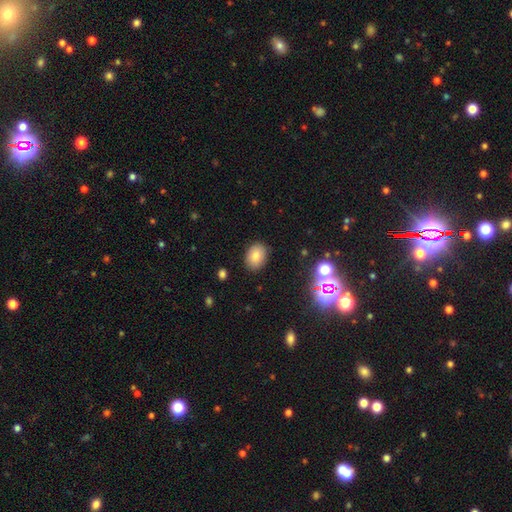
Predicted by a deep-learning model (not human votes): This is likely a smooth galaxy (79%). How rounded: likely in between (71%). Merging: clearly none (88%).